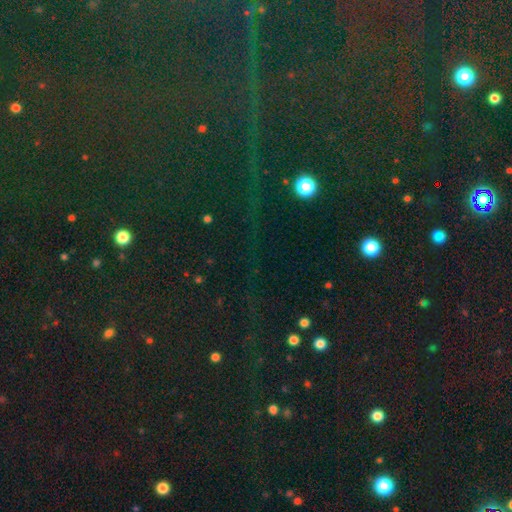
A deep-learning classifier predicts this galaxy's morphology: Smooth or featured? star or artifact (81%)